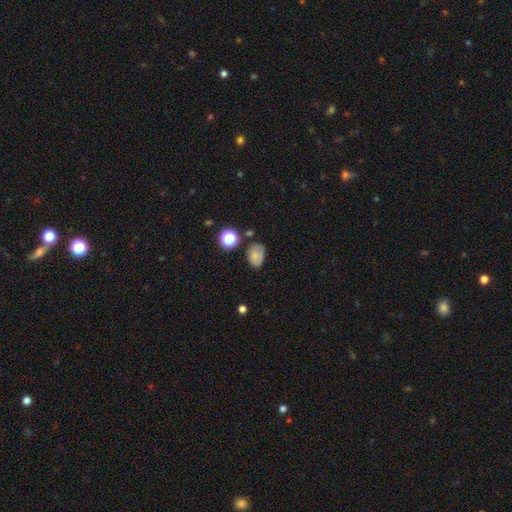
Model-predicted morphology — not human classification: This appears to be a smooth galaxy with no disk features (69%) that is in between round and cigar-shaped (75%). Merging: none (66%).